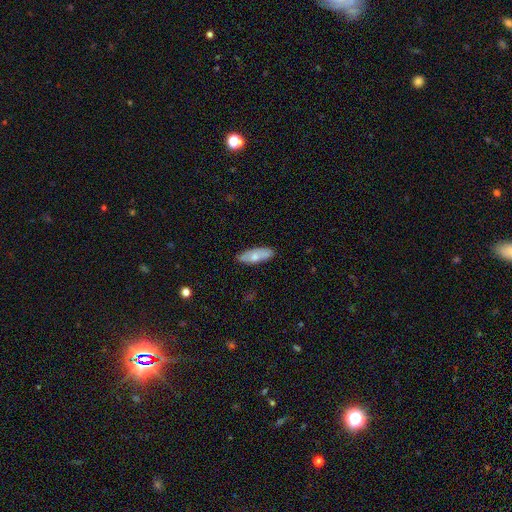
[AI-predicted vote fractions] Smooth or featured? Predicted: smooth (p=0.69). How rounded? Predicted: in between (p=0.68). Merging? Predicted: none (p=0.81).